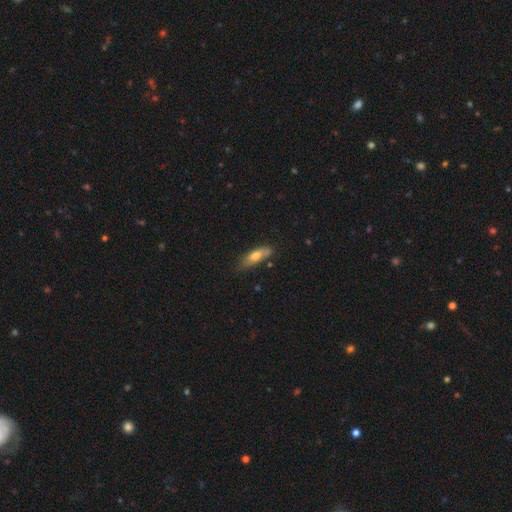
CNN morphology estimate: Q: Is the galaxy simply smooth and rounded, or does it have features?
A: smooth — 67%.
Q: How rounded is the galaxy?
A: in between — 51%.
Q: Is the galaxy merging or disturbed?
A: none — 64%.